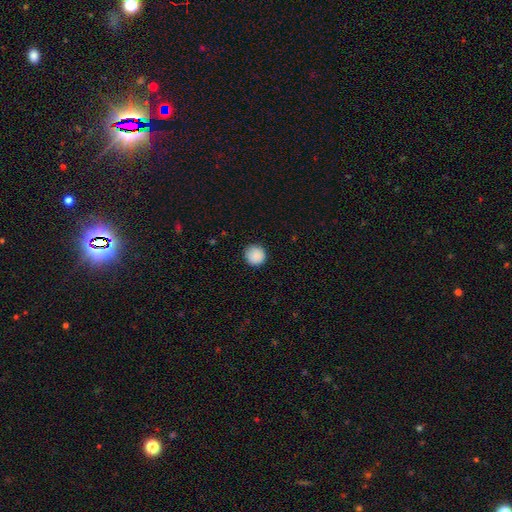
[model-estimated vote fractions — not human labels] Morphology: type=smooth (90%); roundness=round (95%); merging=none (90%).